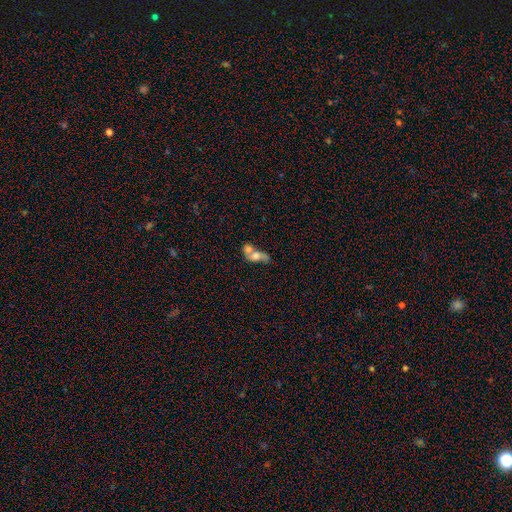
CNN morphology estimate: This is possibly a smooth galaxy (53%). How rounded: likely in between (70%). Merging: likely merger (70%).